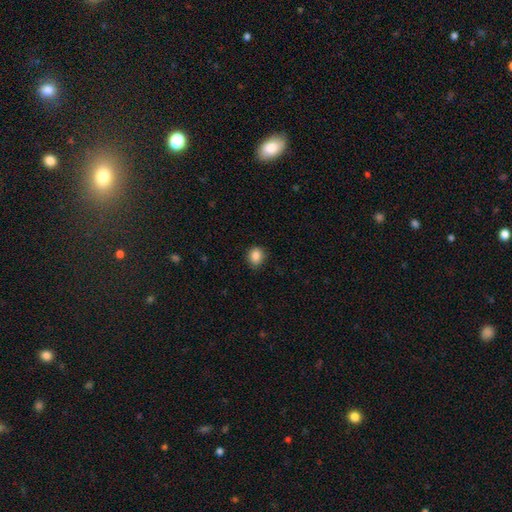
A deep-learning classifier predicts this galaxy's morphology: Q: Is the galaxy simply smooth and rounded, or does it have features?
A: smooth — 87%.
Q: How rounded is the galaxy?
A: round — 67%.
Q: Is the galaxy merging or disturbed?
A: none — 86%.